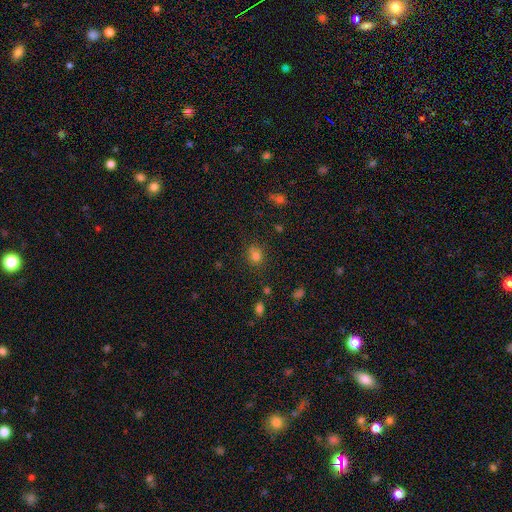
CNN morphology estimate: Smooth or featured: smooth — 77% (star or artifact — 16%)
How rounded: round — 75% (in between — 24%)
Merging: none — 71% (minor disturbance — 16%)